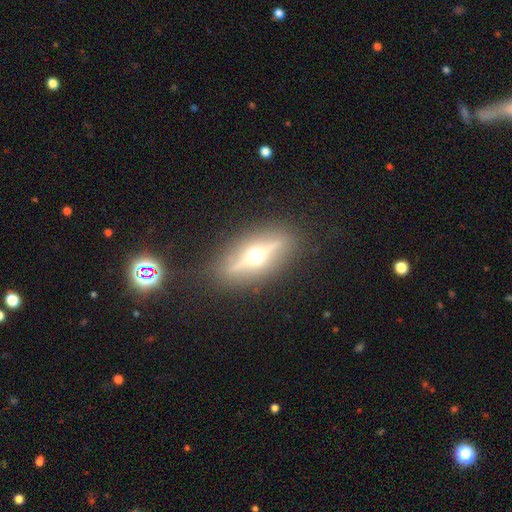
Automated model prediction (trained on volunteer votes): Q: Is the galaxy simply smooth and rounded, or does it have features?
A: featured or disk — 74%.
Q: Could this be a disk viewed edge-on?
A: yes — 90%.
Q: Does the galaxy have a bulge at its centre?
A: rounded — 96%.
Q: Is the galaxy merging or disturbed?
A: none — 86%.